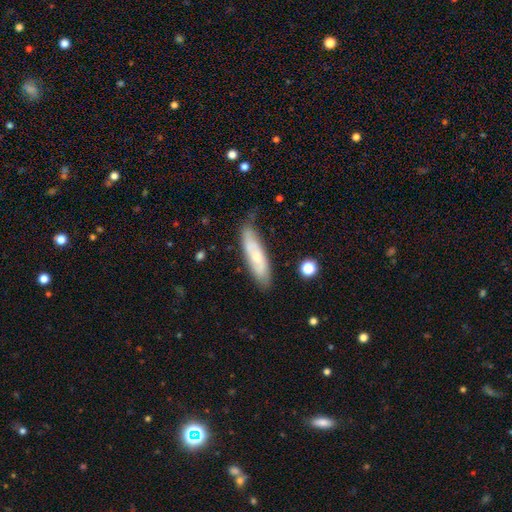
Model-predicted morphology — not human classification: This appears to be a smooth galaxy with no disk features (57%) that is cigar-shaped (66%). Merging: none (67%).